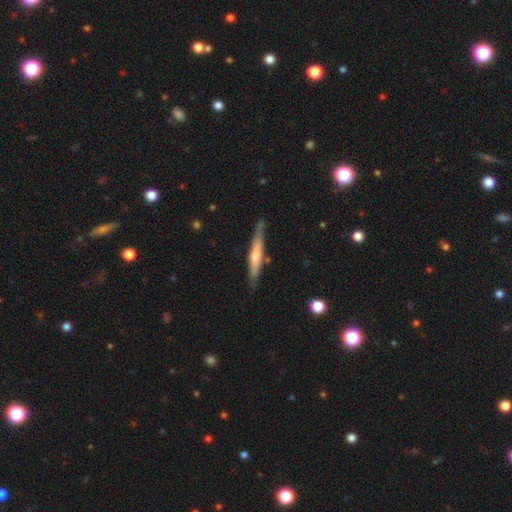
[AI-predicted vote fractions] Q: Smooth or featured?
A: smooth (53%); runner-up: featured or disk (42%)
Q: How rounded?
A: cigar-shaped (92%); runner-up: in between (7%)
Q: Merging?
A: none (76%); runner-up: minor disturbance (18%)